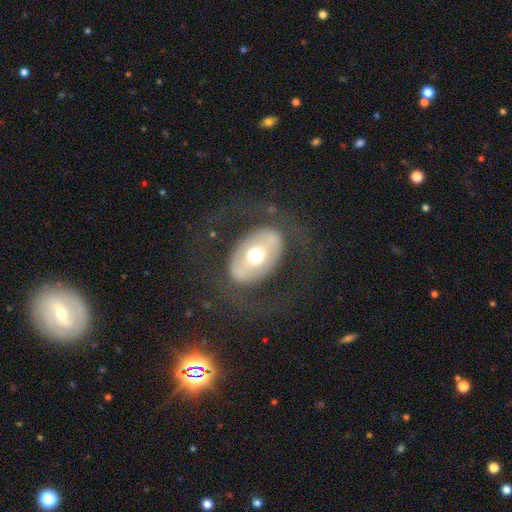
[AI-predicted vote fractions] Morphology: type=featured or disk (53%); edge-on=no (90%); merging=none (69%).